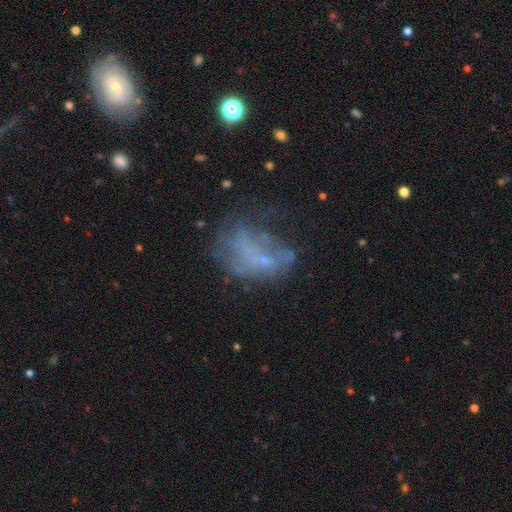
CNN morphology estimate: Smooth or featured?
  - featured or disk: 48% *
  - smooth: 32%
  - star or artifact: 21%
Merging?
  - major disturbance: 35% * (tied)
  - none: 35% * (tied)
  - minor disturbance: 21%
  - merger: 8%